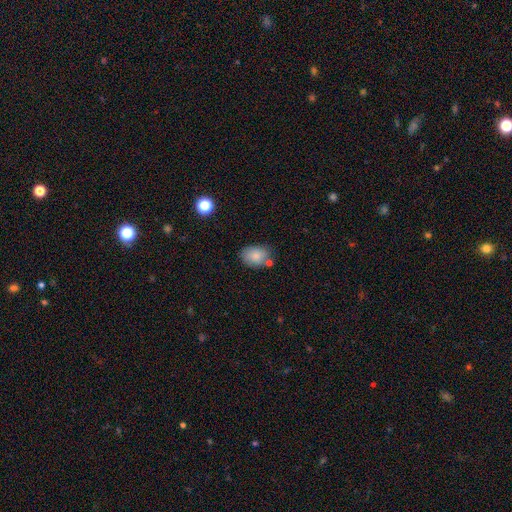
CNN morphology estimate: Smooth or featured? Predicted: smooth (p=0.83). How rounded? Predicted: in between (p=0.74). Merging? Predicted: none (p=0.69).